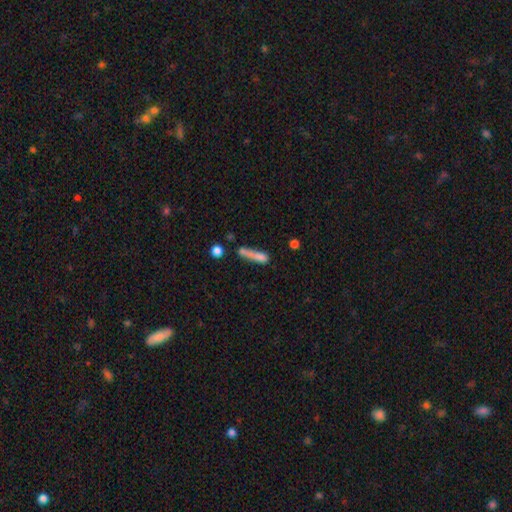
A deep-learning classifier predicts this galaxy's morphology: Smooth or featured? Predicted: smooth (p=0.65). How rounded? Predicted: cigar-shaped (p=0.77). Merging? Predicted: none (p=0.36).